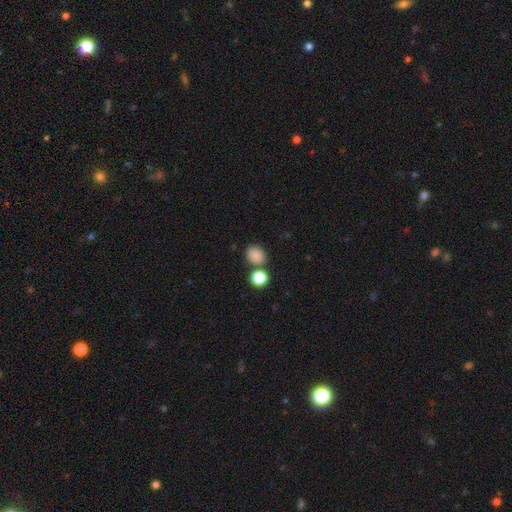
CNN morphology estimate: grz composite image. It shows a smooth galaxy with no disk features (85%) that is round (54%). Merging: none (69%).